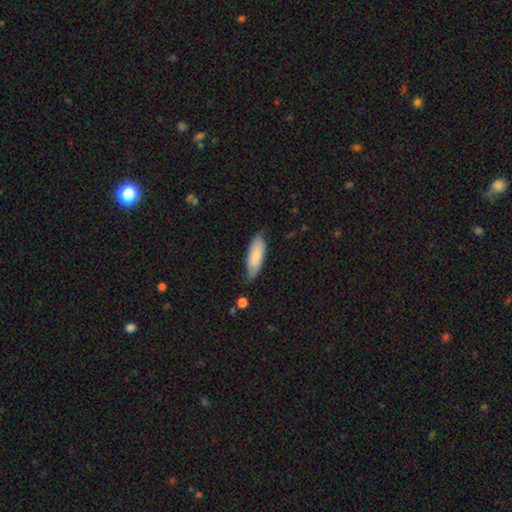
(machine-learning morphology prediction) smooth 78%, featured or disk 16%, star or artifact 6%. Down the decision tree: how rounded — in between (64%); merging — none (74%).